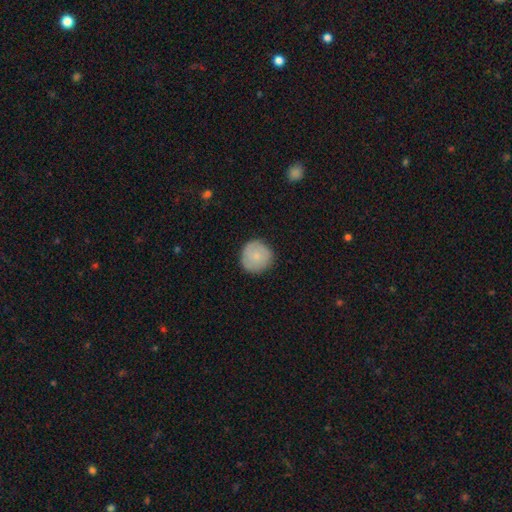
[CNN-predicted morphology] Smooth or featured?
  - smooth: 76% *
  - featured or disk: 17%
  - star or artifact: 6%
How rounded?
  - round: 94% *
  - in between: 5%
  - cigar-shaped: 1%
Merging?
  - none: 84% *
  - minor disturbance: 13%
  - major disturbance: 3%
  - merger: 1%